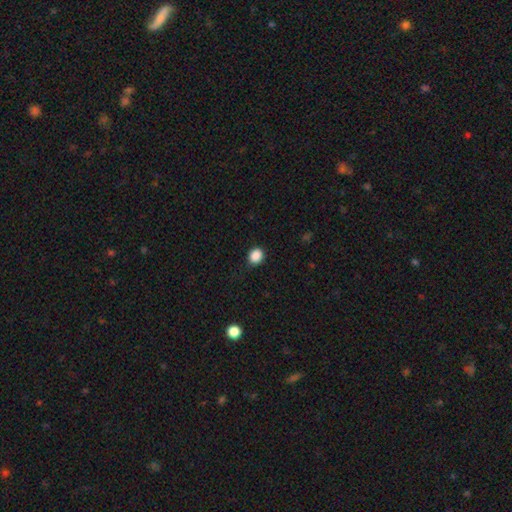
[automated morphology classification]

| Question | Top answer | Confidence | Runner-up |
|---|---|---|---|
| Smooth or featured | smooth | 88% | star or artifact (9%) |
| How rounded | round | 70% | in between (30%) |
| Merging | none | 86% | minor disturbance (10%) |